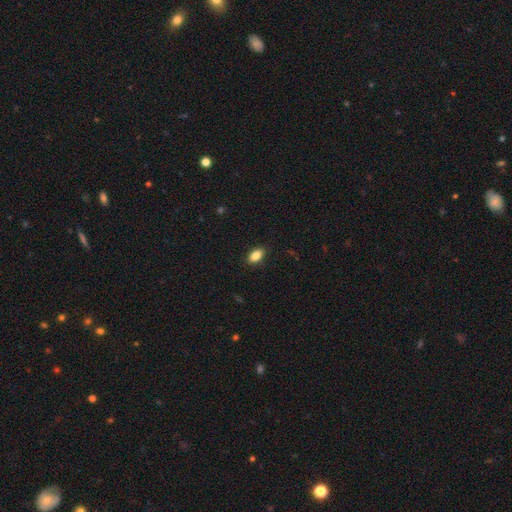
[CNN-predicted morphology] This appears to be a smooth galaxy with no disk features (84%) that is in between round and cigar-shaped (89%). Merging: none (88%).